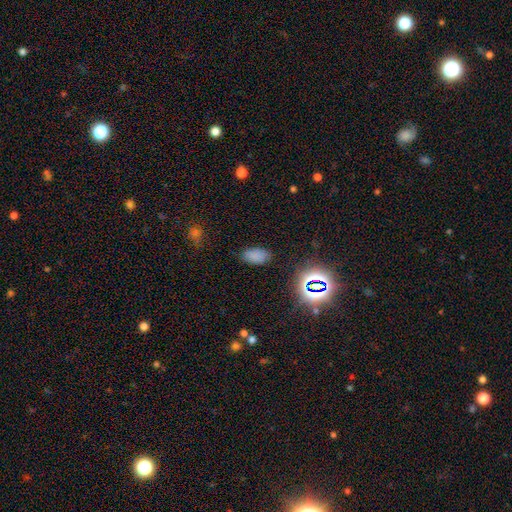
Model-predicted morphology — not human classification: A smooth galaxy with no disk features (75%) that is in between round and cigar-shaped (93%). Merging: none (82%).